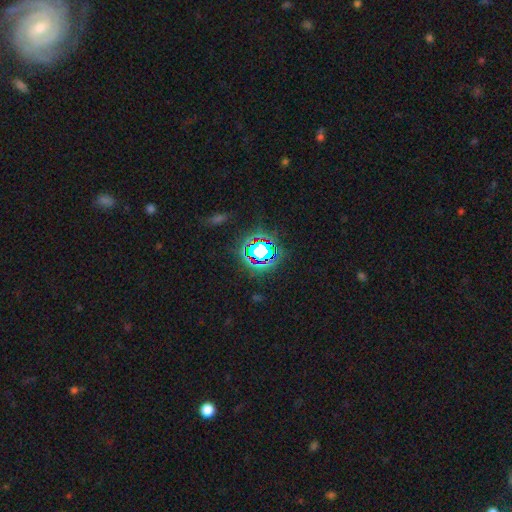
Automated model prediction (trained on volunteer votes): smooth_or_featured: star or artifact (p=0.77) [alt: smooth p=0.14]